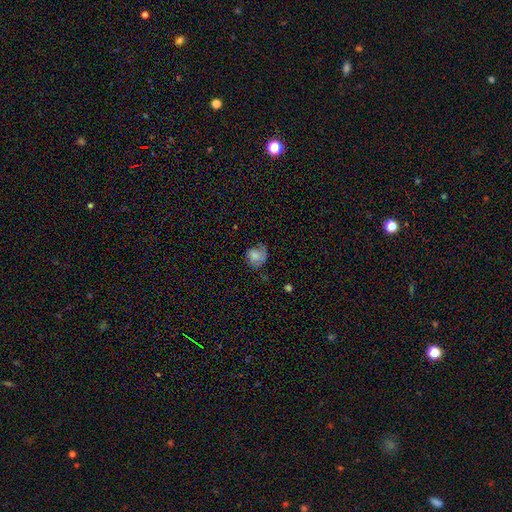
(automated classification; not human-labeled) This is likely a smooth galaxy (70%). How rounded: likely round (70%). Merging: possibly none (49%).